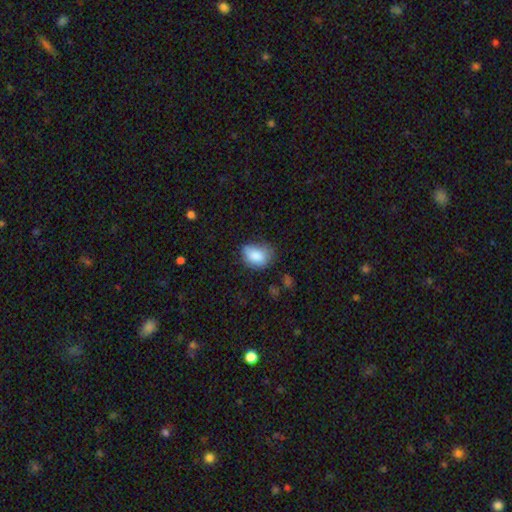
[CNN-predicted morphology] Overall: smooth (83%). How rounded: in between (73%). Merging: none (52%; minor disturbance 35%).